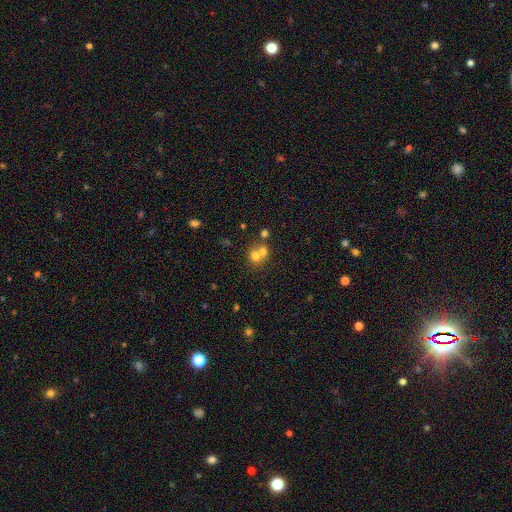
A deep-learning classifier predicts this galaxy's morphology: Overall: smooth (66%). How rounded: round (78%). Merging: merger (59%; none 33%).